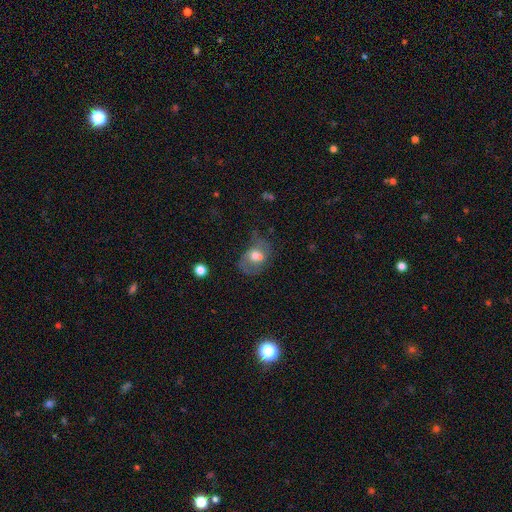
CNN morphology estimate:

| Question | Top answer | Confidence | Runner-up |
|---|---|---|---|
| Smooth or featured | smooth | 54% | featured or disk (35%) |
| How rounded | in between | 65% | round (33%) |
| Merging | major disturbance | 35% | none (28%) |